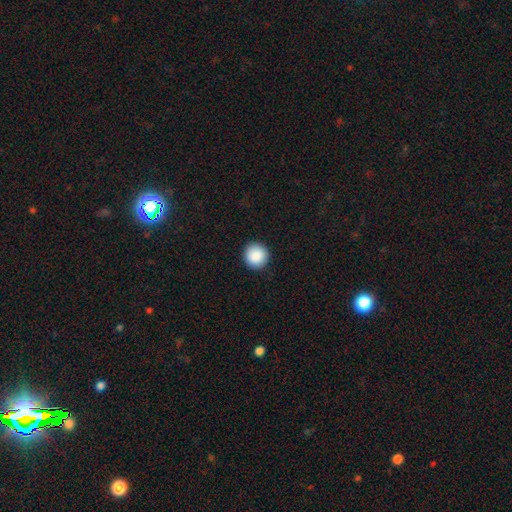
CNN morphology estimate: Overall: smooth (89%). How rounded: round (96%). Merging: none (93%).